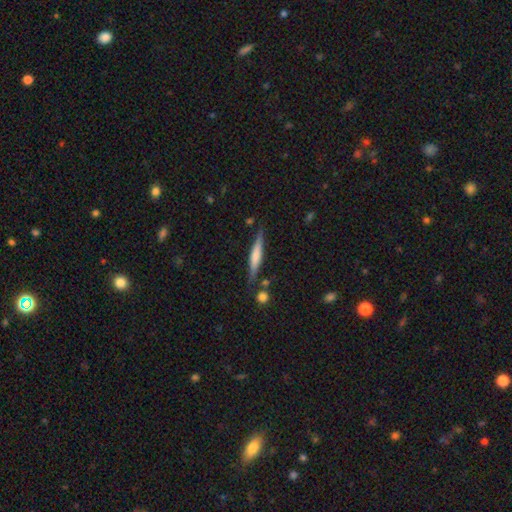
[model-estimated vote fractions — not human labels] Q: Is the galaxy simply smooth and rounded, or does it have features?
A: smooth — 48%.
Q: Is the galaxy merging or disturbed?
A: none — 80%.